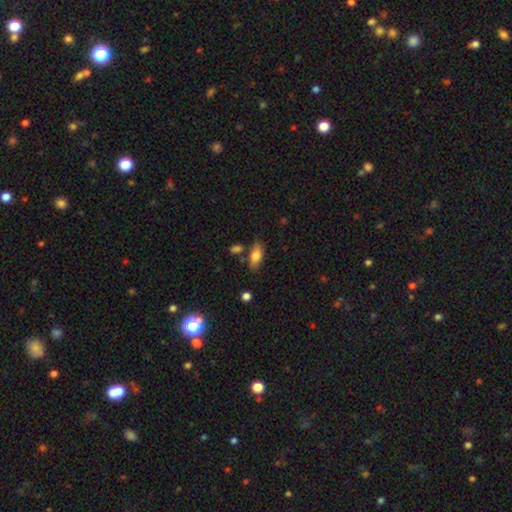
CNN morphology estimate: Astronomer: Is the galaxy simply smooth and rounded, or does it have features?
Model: smooth — 80%.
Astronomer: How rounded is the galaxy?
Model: in between — 87%.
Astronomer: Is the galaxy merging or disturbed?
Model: none — 72%.